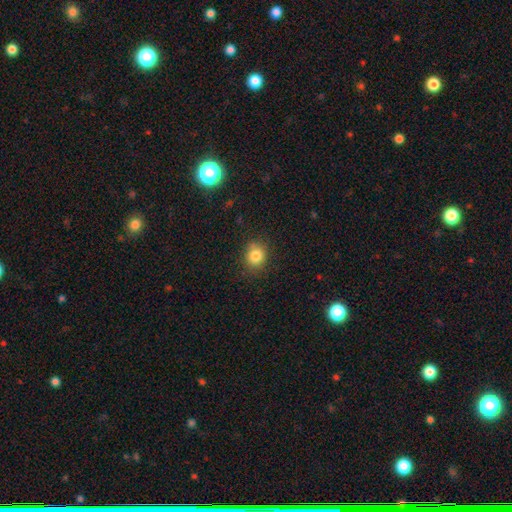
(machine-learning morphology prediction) The model was most divided on "how rounded": round: 72%, in between: 27%, cigar-shaped: 1%. More confident: smooth or featured — smooth (83%); merging — none (83%).